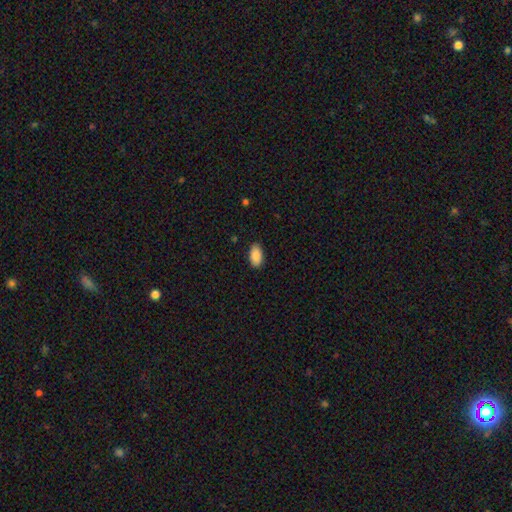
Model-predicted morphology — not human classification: Q: Smooth or featured?
A: smooth (90%); runner-up: star or artifact (7%)
Q: How rounded?
A: in between (94%); runner-up: round (3%)
Q: Merging?
A: none (88%); runner-up: minor disturbance (9%)